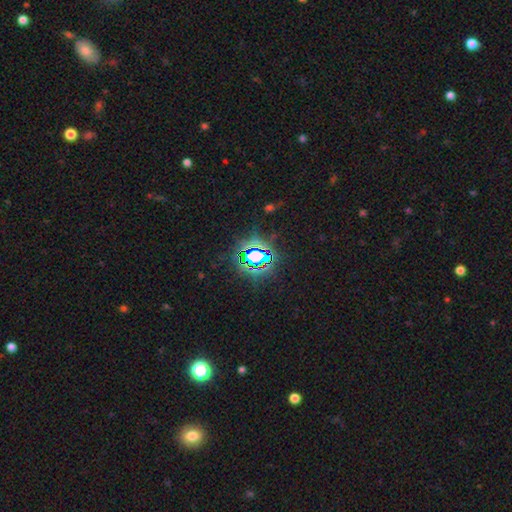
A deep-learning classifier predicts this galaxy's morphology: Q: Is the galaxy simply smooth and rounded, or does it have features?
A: star or artifact — 77%.